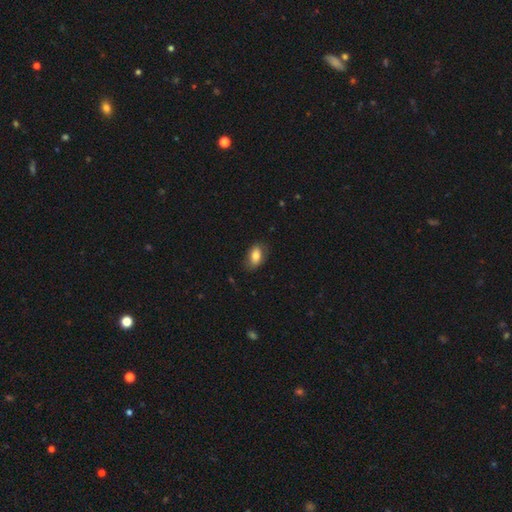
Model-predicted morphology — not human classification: A smooth galaxy with no disk features (76%) that is in between round and cigar-shaped (90%).

Vote fractions:
- Smooth or featured? smooth: 76% / featured or disk: 17% / star or artifact: 7%
- How rounded? in between: 90% / round: 8% / cigar-shaped: 3%
- Merging? none: 75% / minor disturbance: 18% / major disturbance: 5% / merger: 1%